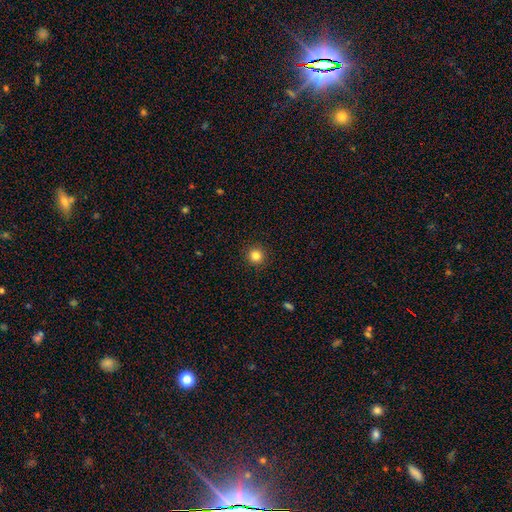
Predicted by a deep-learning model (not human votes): The model was most divided on "smooth or featured": smooth: 83%, star or artifact: 12%, featured or disk: 5%. More confident: how rounded — round (95%); merging — none (93%).